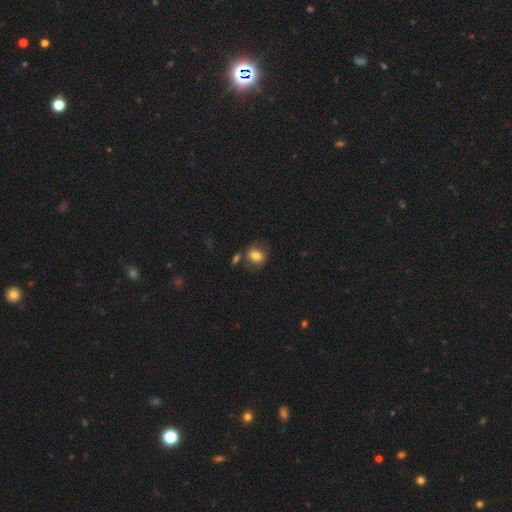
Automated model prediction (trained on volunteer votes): This is likely a smooth galaxy (76%). How rounded: possibly round (57%). Merging: likely none (63%).